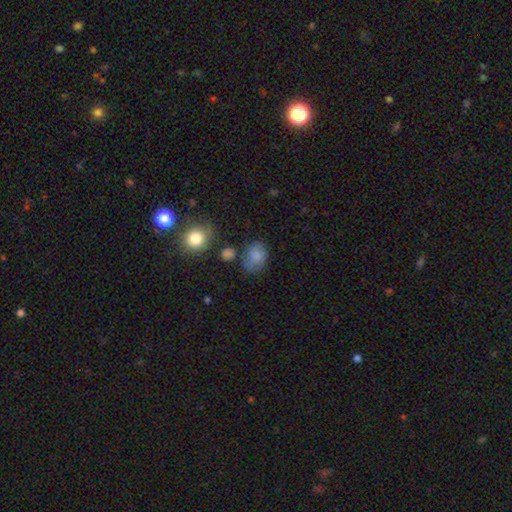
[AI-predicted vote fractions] Overall: smooth (81%). How rounded: in between (71%). Merging: none (59%; minor disturbance 25%).